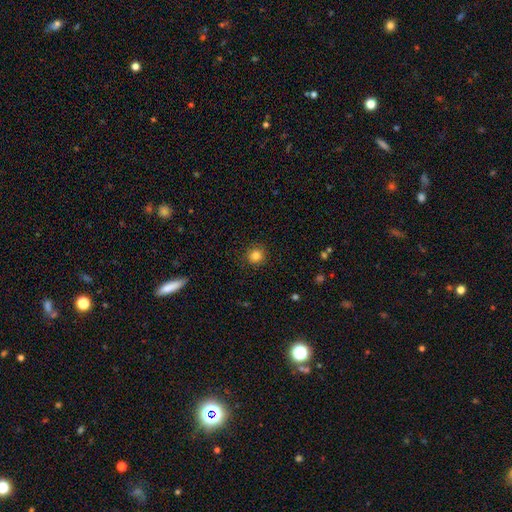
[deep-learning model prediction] Smooth or featured: smooth — 83% (star or artifact — 12%)
How rounded: round — 92% (in between — 7%)
Merging: none — 90% (minor disturbance — 7%)